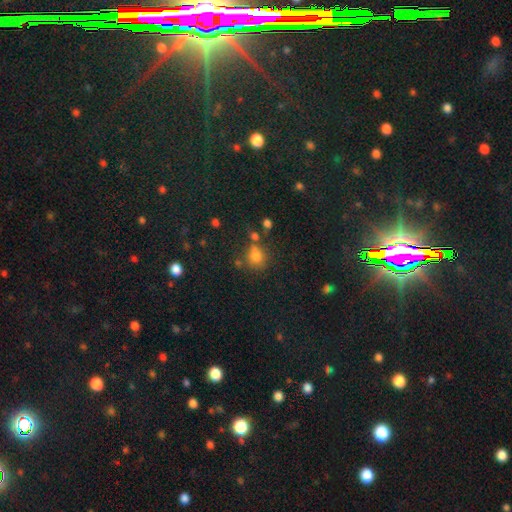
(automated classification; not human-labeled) Overall: smooth (75%). How rounded: round (65%; in between 34%). Merging: none (62%).